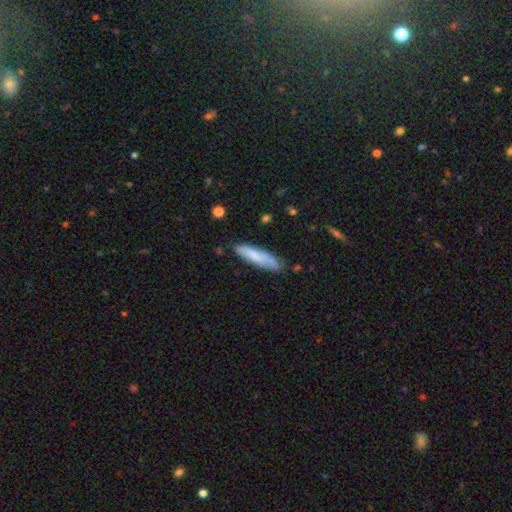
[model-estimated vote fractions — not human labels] Smooth or featured? Predicted: smooth (p=0.71). How rounded? Predicted: cigar-shaped (p=0.74). Merging? Predicted: none (p=0.71).